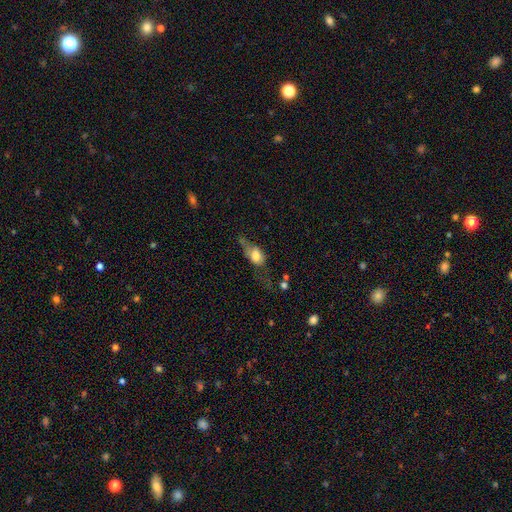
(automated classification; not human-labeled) Smooth or featured? smooth (65%)
How rounded? in between (75%)
Merging? major disturbance (37%)